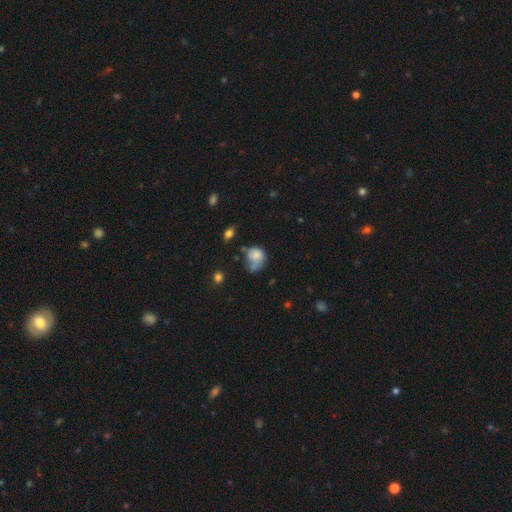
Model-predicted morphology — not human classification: Q: Smooth or featured?
A: smooth (75%); runner-up: featured or disk (15%)
Q: How rounded?
A: round (58%); runner-up: in between (41%)
Q: Merging?
A: none (31%); runner-up: minor disturbance (29%)